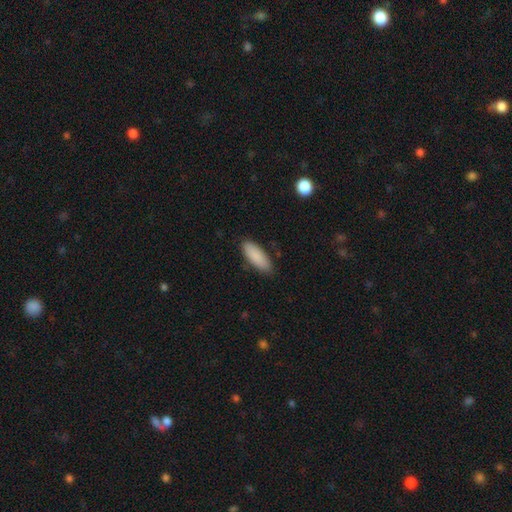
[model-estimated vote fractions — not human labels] Smooth or featured?
  - smooth: 88% *
  - star or artifact: 6%
  - featured or disk: 6%
How rounded?
  - in between: 69% *
  - cigar-shaped: 30%
  - round: 2%
Merging?
  - none: 85% *
  - minor disturbance: 12%
  - major disturbance: 2%
  - merger: 1%